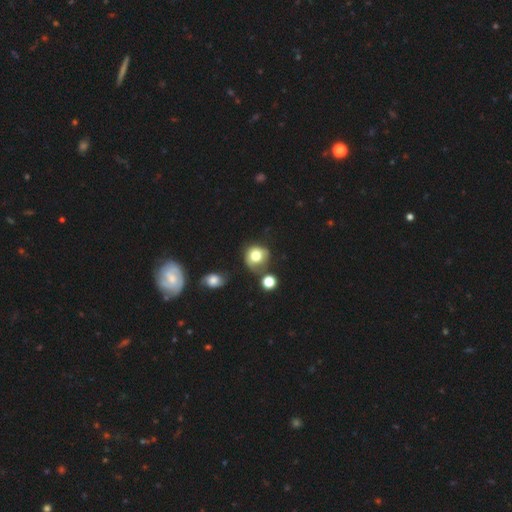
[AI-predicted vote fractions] smooth-or-featured: smooth: 73% | featured or disk: 15% | star or artifact: 11%
  how-rounded: round: 82% | in between: 17% | cigar-shaped: 1%
  merging: none: 53% | minor disturbance: 24% | merger: 13% | major disturbance: 11%